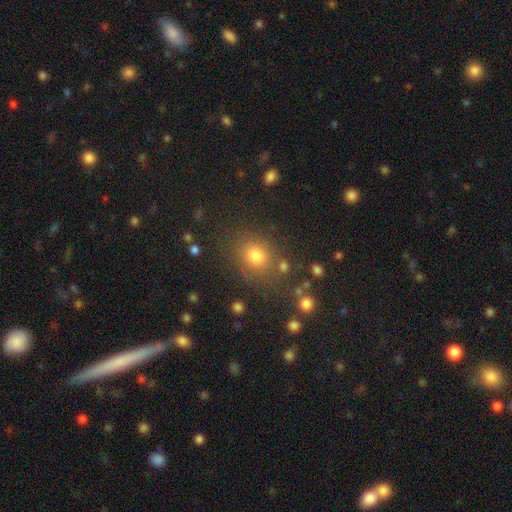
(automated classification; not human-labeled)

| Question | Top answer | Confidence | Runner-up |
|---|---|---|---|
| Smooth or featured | smooth | 77% | star or artifact (16%) |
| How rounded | round | 76% | in between (22%) |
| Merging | none | 78% | minor disturbance (11%) |